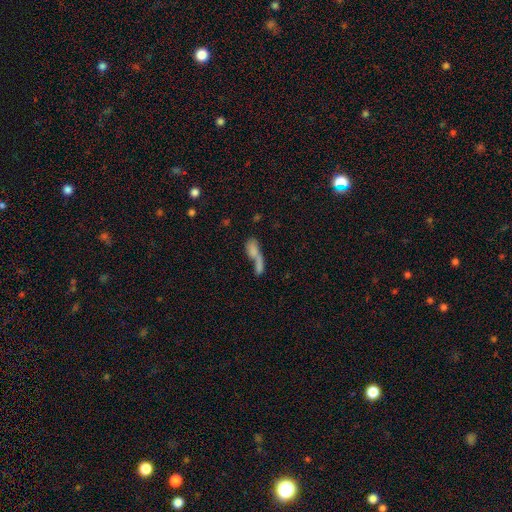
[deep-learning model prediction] Smooth or featured: smooth — 59% (featured or disk — 24%)
How rounded: in between — 48% (cigar-shaped — 42%)
Merging: merger — 56% (none — 26%)